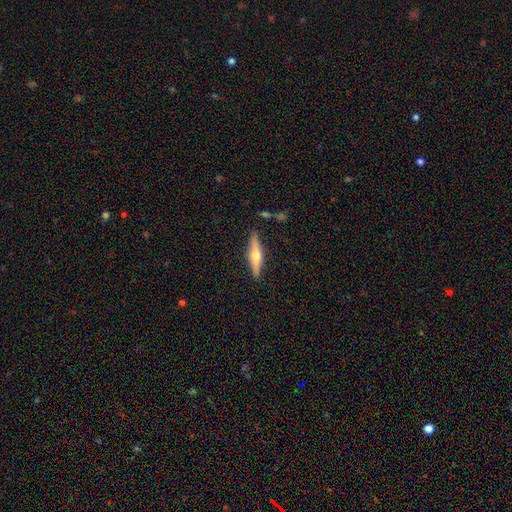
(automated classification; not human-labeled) A featured or disk galaxy (67%) viewed edge-on (97%) with a rounded central bulge (92%). Merging: none (89%).